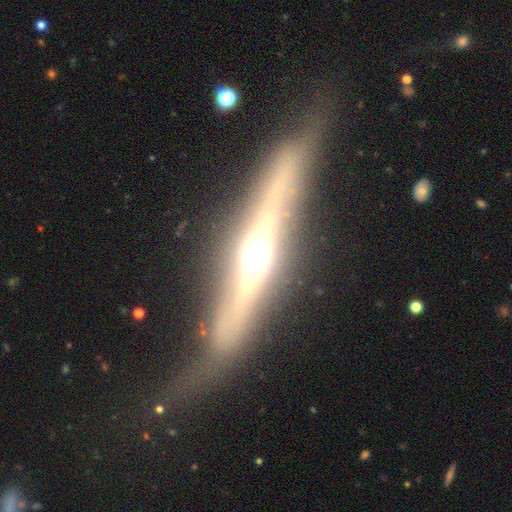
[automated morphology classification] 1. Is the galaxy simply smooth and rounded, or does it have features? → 77% featured or disk, 16% smooth, 7% star or artifact.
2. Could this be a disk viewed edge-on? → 89% yes, 11% no.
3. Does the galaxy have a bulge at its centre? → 89% rounded, 7% boxy, 4% none.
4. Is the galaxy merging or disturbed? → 73% none, 15% minor disturbance, 10% major disturbance, 2% merger.